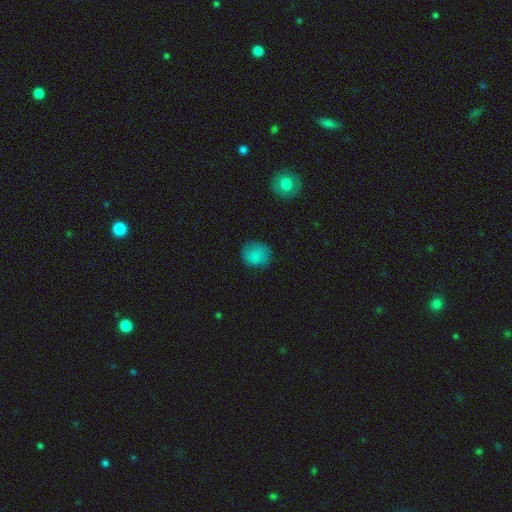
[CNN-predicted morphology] smooth 84%, star or artifact 10%, featured or disk 5%. Down the decision tree: how rounded — round (79%); merging — none (79%).